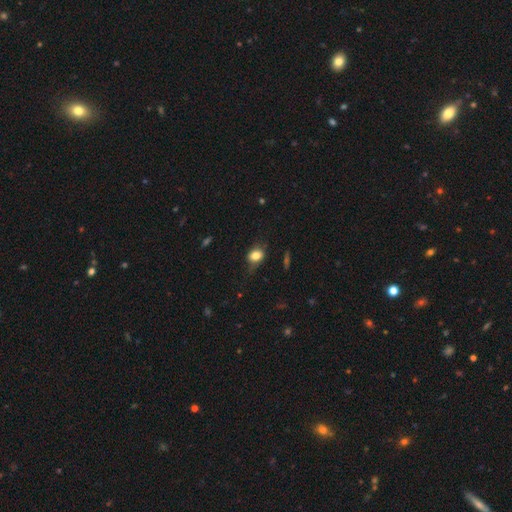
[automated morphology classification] The model was most divided on "how rounded": in between: 58%, round: 40%, cigar-shaped: 2%. More confident: smooth or featured — smooth (78%); merging — none (59%).